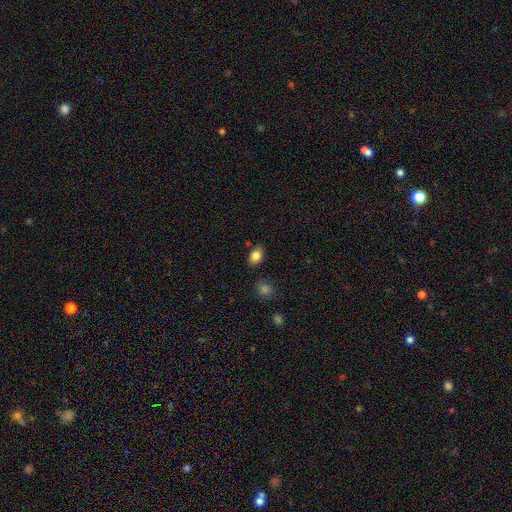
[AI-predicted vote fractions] Overall: smooth (84%). How rounded: in between (81%). Merging: none (82%).